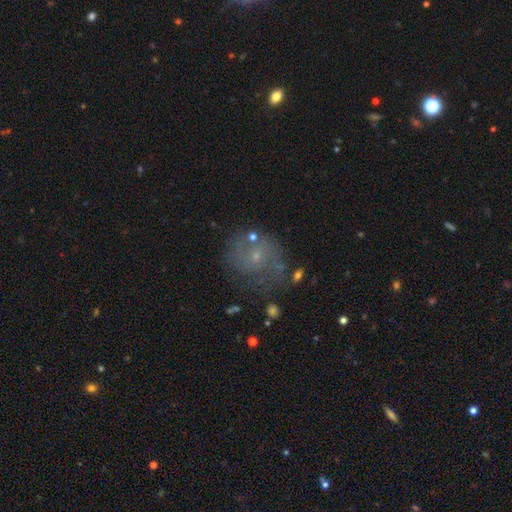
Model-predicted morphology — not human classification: smooth_or_featured: featured or disk (p=0.52) [alt: smooth p=0.30]
disk_edge_on: no (p=0.97) [alt: yes p=0.03]
bar: no (p=0.74) [alt: weak p=0.22]
has_spiral_arms: yes (p=0.65) [alt: no p=0.35]
bulge_size: small (p=0.75) [alt: moderate p=0.16]
merging: none (p=0.57) [alt: minor disturbance p=0.21]